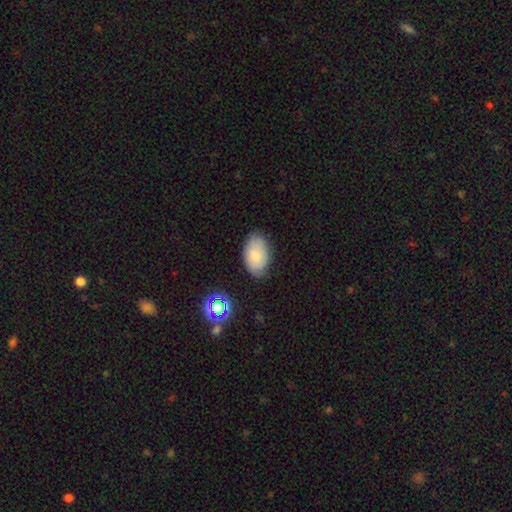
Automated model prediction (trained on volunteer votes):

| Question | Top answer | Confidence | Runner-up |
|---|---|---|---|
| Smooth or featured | smooth | 71% | featured or disk (21%) |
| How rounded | in between | 91% | round (8%) |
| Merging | none | 74% | minor disturbance (21%) |